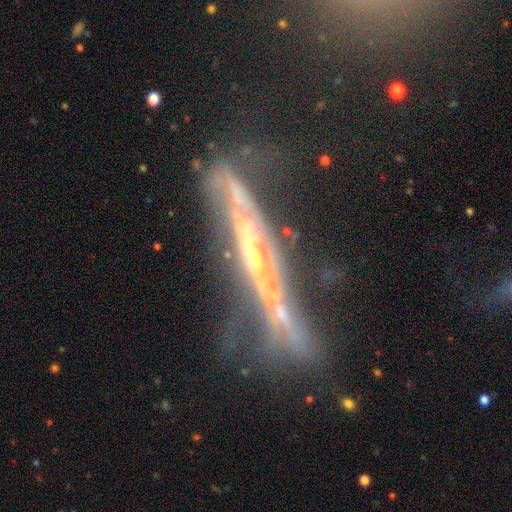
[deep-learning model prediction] Morphology: type=featured or disk (79%); edge-on=yes (72%); edge-on bulge=none (47%); merging=none (38%).